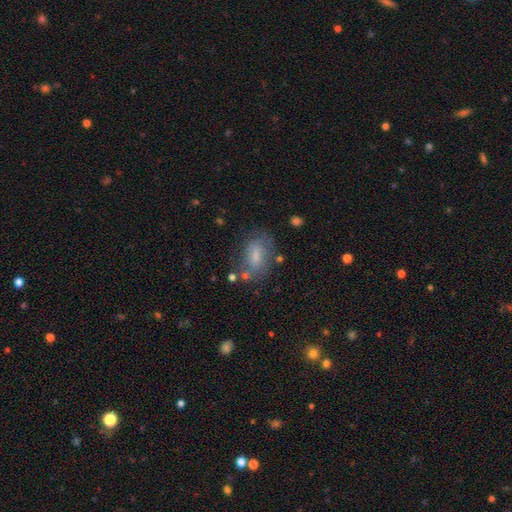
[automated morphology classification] Smooth or featured: smooth — 60% (featured or disk — 29%)
How rounded: in between — 84% (round — 11%)
Merging: none — 60% (minor disturbance — 23%)